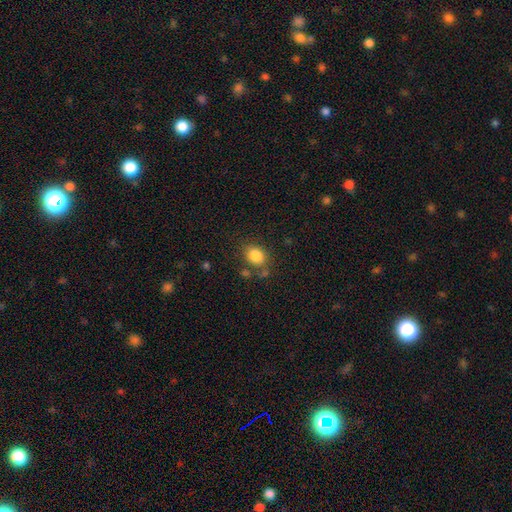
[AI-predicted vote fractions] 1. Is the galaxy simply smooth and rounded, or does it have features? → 84% smooth, 10% star or artifact, 6% featured or disk.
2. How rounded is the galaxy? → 52% in between, 47% round, 1% cigar-shaped.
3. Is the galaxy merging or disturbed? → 73% none, 14% minor disturbance, 8% merger, 5% major disturbance.